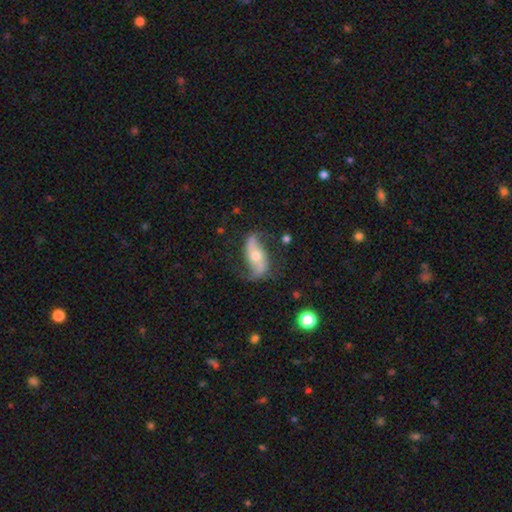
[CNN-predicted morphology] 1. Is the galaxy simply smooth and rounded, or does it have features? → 79% featured or disk, 15% smooth, 6% star or artifact.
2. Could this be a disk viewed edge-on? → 91% no, 9% yes.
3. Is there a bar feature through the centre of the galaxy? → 48% no, 28% weak, 24% strong.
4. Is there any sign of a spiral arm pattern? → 92% yes, 8% no.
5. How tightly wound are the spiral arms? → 78% loose, 16% medium, 6% tight.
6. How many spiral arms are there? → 91% 2, 3% can't tell, 3% 1, 1% 3, 1% 4, 1% more than 4.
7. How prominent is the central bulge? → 63% moderate, 30% small, 5% large, 1% none, 1% dominant.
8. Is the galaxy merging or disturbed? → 69% none, 19% minor disturbance, 9% major disturbance, 2% merger.